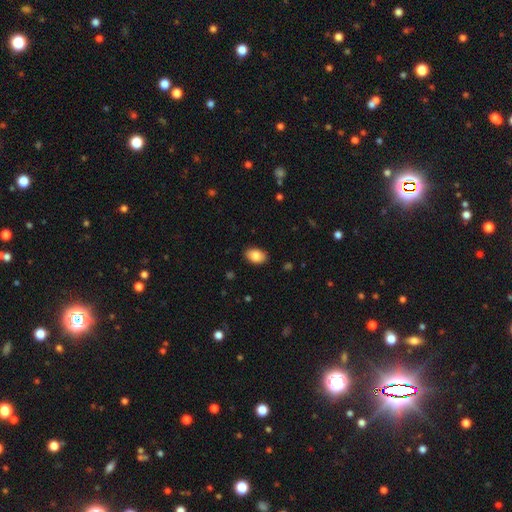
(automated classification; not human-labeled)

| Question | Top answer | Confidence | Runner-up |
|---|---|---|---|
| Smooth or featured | smooth | 86% | featured or disk (7%) |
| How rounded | in between | 88% | round (11%) |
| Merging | none | 89% | minor disturbance (8%) |